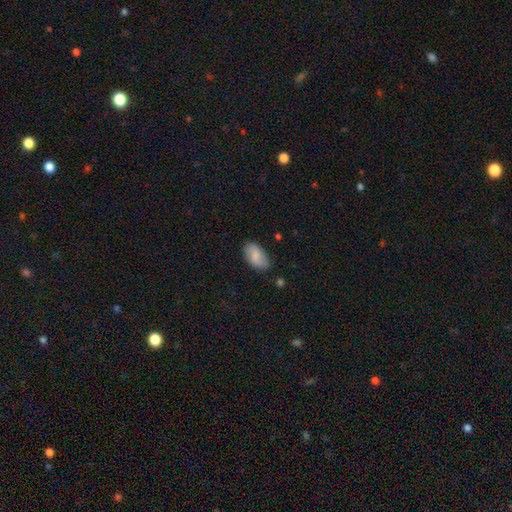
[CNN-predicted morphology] Q: Smooth or featured?
A: smooth (81%); runner-up: featured or disk (13%)
Q: How rounded?
A: in between (95%); runner-up: round (3%)
Q: Merging?
A: none (78%); runner-up: minor disturbance (17%)